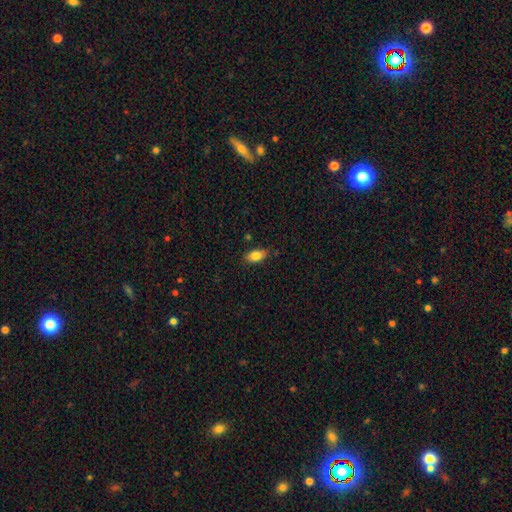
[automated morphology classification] Smooth or featured? smooth (83%)
How rounded? in between (89%)
Merging? none (81%)